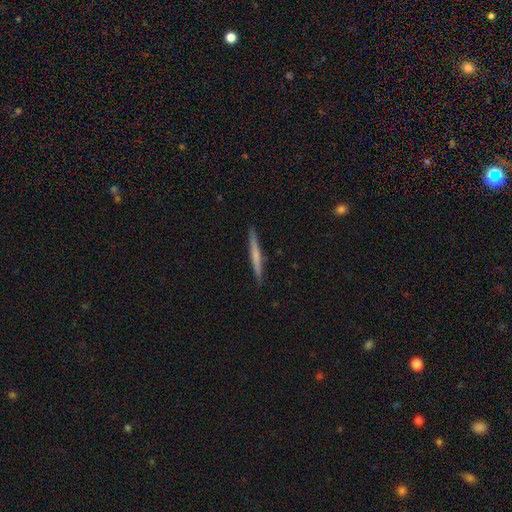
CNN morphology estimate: A smooth galaxy with no disk features (56%) that is cigar-shaped (96%). Merging: none (91%).